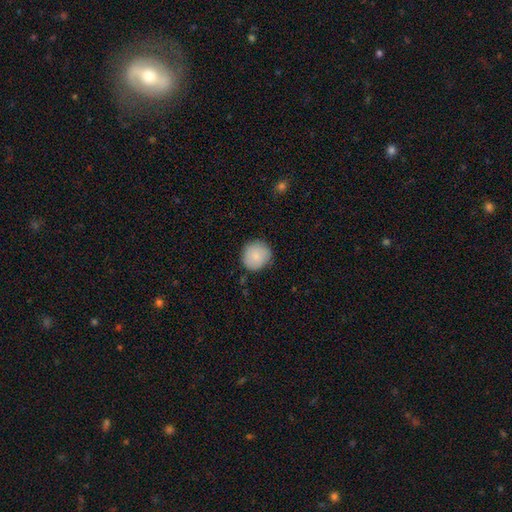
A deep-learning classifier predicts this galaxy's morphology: This is clearly a smooth galaxy (86%). How rounded: clearly round (90%). Merging: clearly none (84%).